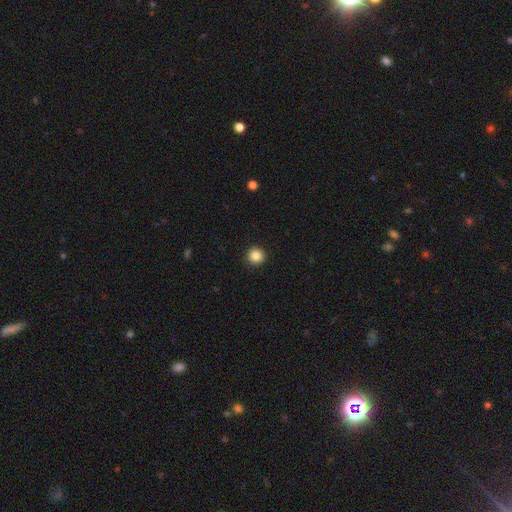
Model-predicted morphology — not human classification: smooth_or_featured: smooth (p=0.86) [alt: star or artifact p=0.10]
how_rounded: round (p=0.96) [alt: in between p=0.03]
merging: none (p=0.93) [alt: minor disturbance p=0.04]